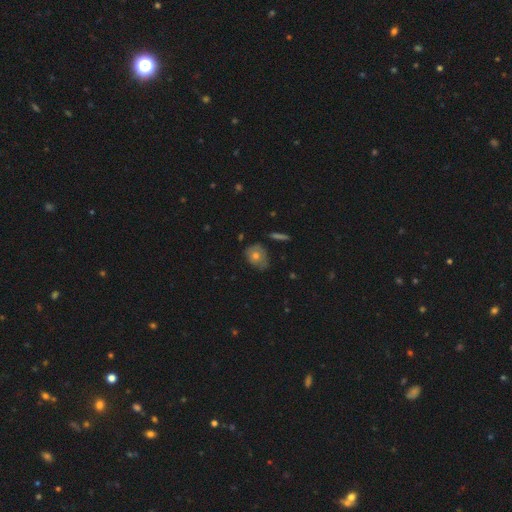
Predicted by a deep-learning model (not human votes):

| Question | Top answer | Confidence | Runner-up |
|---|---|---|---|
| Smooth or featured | smooth | 66% | featured or disk (23%) |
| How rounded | round | 51% | in between (47%) |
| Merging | none | 58% | minor disturbance (30%) |